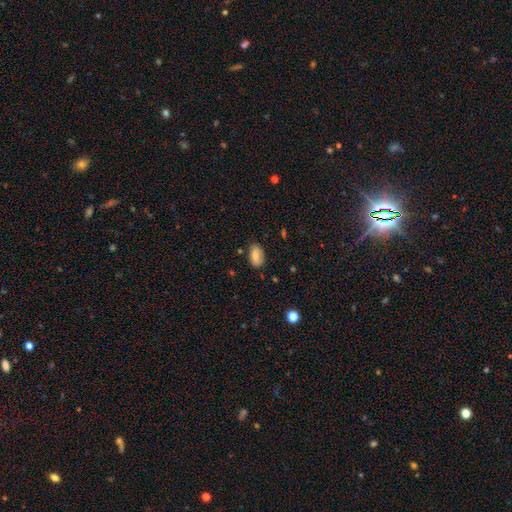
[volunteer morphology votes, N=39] Smooth or featured? smooth (87%)
How rounded? in between (97%)
Merging? none (63%)